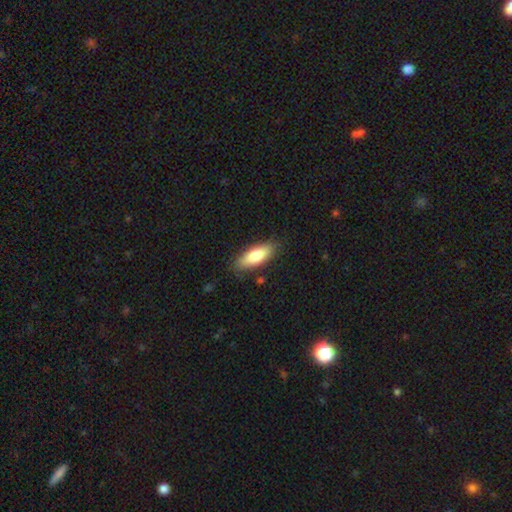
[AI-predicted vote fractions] The model was most divided on "how rounded": in between: 70%, cigar-shaped: 28%, round: 2%. More confident: merging — none (82%); smooth or featured — smooth (80%).